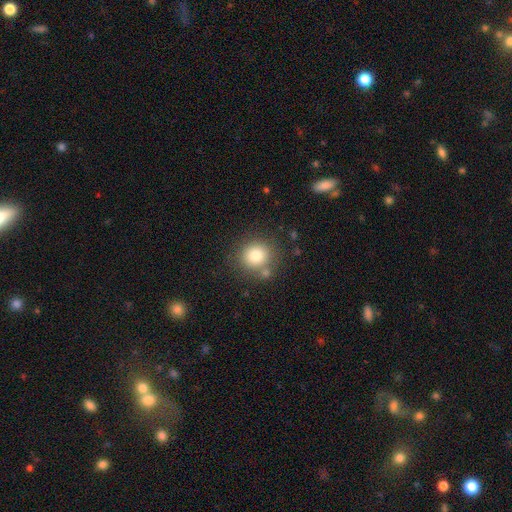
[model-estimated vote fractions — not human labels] A smooth galaxy with no disk features (79%) that is round (89%). Merging: none (75%).